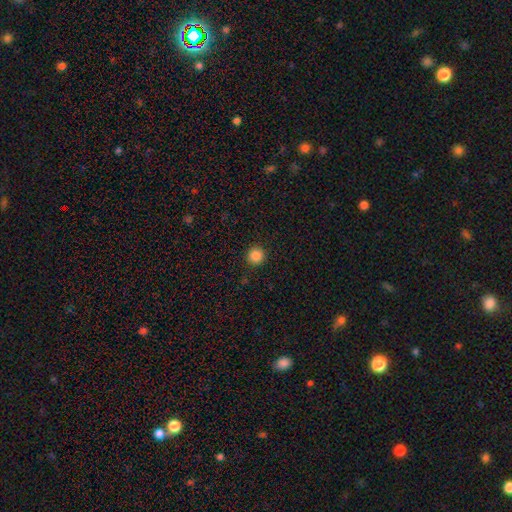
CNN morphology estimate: Overall: smooth (86%). How rounded: round (95%). Merging: none (92%).